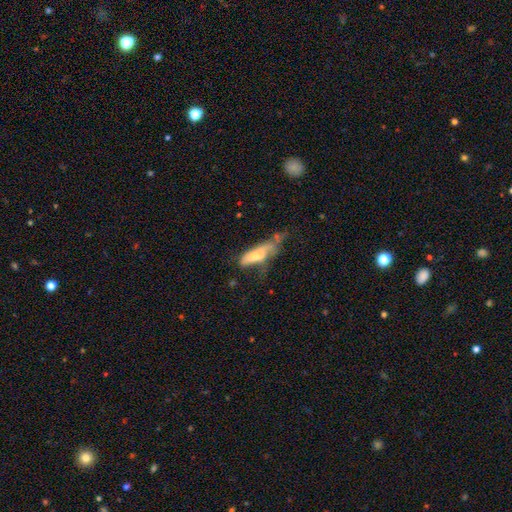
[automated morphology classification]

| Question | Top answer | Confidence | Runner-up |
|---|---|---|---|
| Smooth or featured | smooth | 59% | featured or disk (34%) |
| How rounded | in between | 52% | cigar-shaped (45%) |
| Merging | minor disturbance | 32% | major disturbance (30%) |